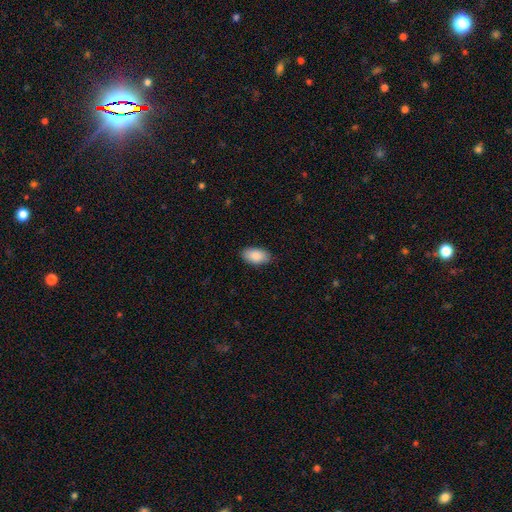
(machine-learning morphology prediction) Smooth or featured: smooth — 88% (star or artifact — 6%)
How rounded: in between — 94% (round — 4%)
Merging: none — 85% (minor disturbance — 12%)